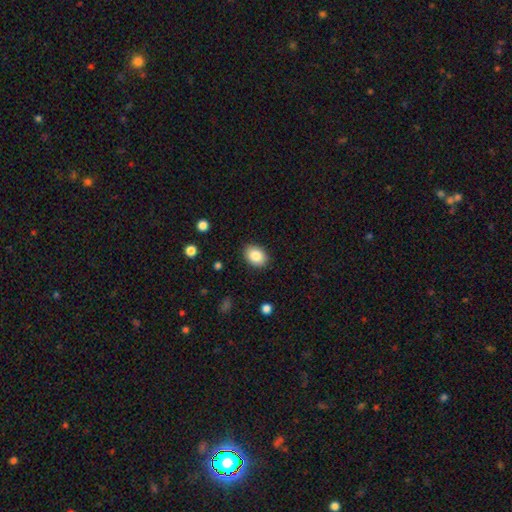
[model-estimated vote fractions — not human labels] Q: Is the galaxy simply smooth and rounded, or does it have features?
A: smooth — 85%.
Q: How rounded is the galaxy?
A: in between — 75%.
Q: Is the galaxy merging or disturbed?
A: none — 88%.